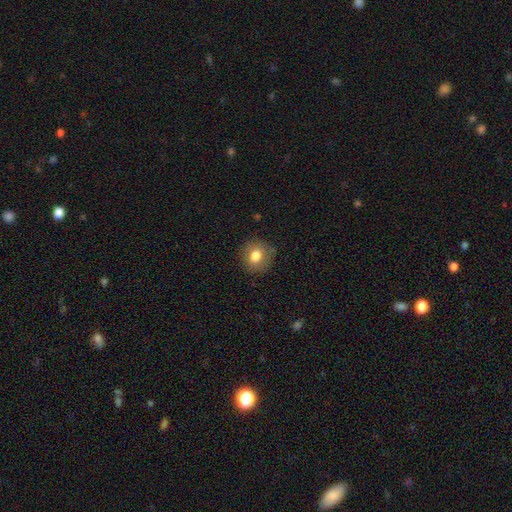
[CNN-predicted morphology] The model was most divided on "how rounded": round: 81%, in between: 18%, cigar-shaped: 1%. More confident: merging — none (85%); smooth or featured — smooth (79%).